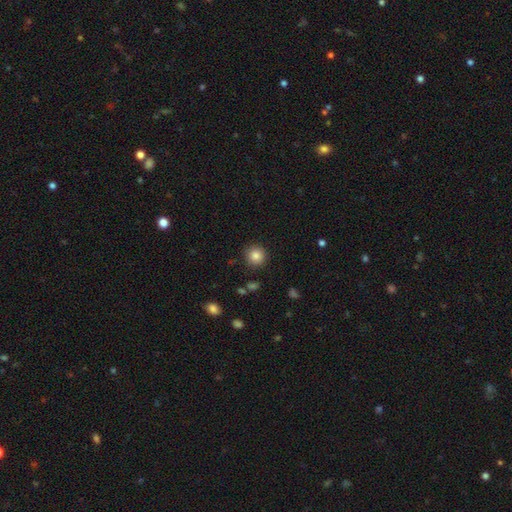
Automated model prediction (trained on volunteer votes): Q: Smooth or featured?
A: smooth (84%); runner-up: star or artifact (10%)
Q: How rounded?
A: round (93%); runner-up: in between (6%)
Q: Merging?
A: none (90%); runner-up: minor disturbance (7%)